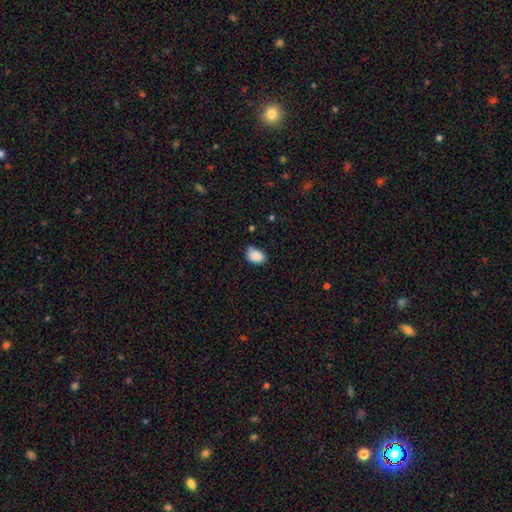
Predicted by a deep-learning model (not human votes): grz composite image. It shows a smooth galaxy with no disk features (88%) that is in between round and cigar-shaped (81%). Merging: none (65%).